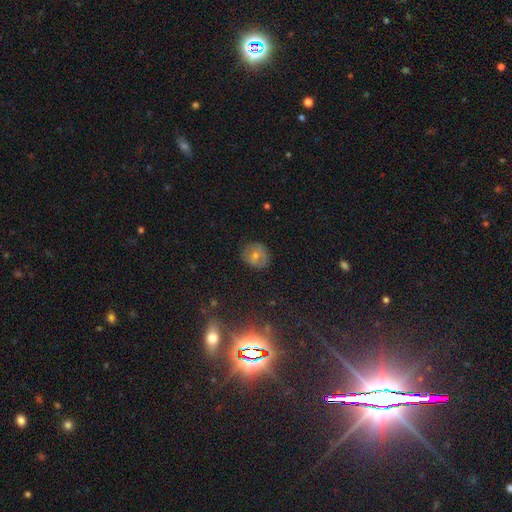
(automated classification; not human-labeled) Q: Smooth or featured?
A: smooth (61%); runner-up: featured or disk (26%)
Q: How rounded?
A: round (79%); runner-up: in between (20%)
Q: Merging?
A: none (79%); runner-up: minor disturbance (15%)